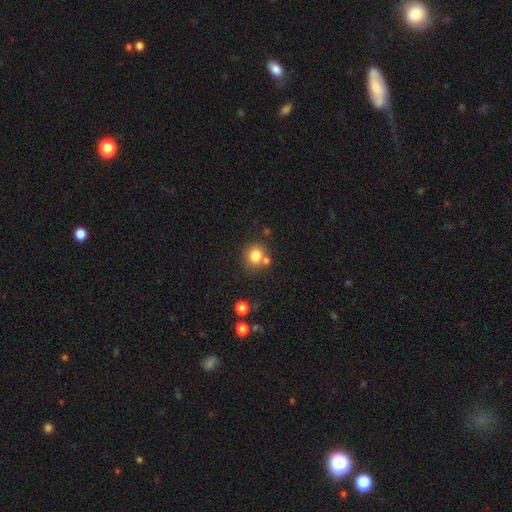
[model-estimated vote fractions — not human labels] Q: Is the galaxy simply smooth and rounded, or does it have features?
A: smooth — 81%.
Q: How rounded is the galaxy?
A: round — 81%.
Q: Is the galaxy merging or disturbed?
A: none — 66%.